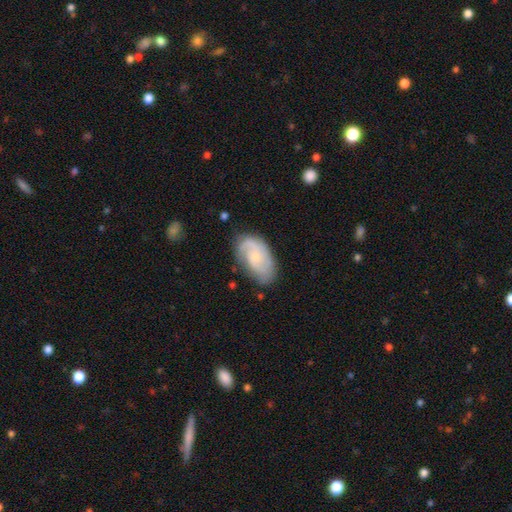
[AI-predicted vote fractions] This appears to be a featured or disk galaxy (70%) with no bar (66%), 2 (56%) medium (41%) spiral arms (92%) and a small central bulge (62%). Merging: none (68%).